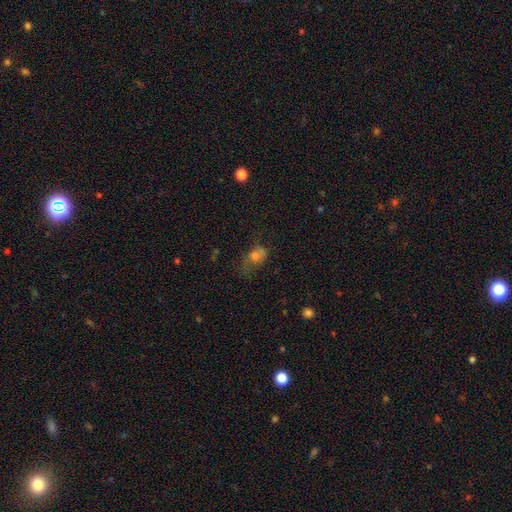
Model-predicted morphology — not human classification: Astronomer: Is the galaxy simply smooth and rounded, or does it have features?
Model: smooth — 56%.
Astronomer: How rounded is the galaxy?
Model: in between — 61%.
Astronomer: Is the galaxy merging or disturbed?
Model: none — 45% (runner-up: minor disturbance, 27%).